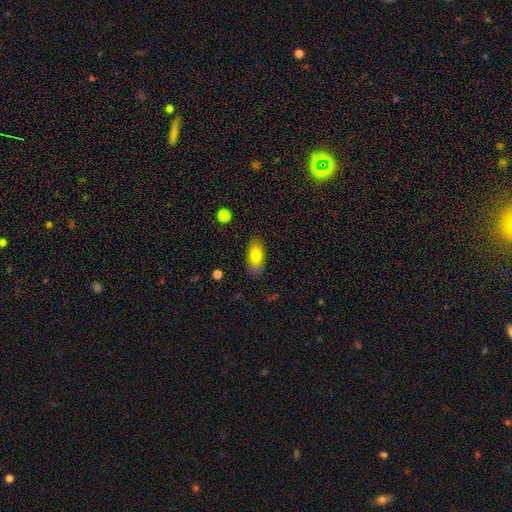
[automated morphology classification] smooth 76%, featured or disk 17%, star or artifact 7%. Down the decision tree: how rounded — in between (89%); merging — none (76%).